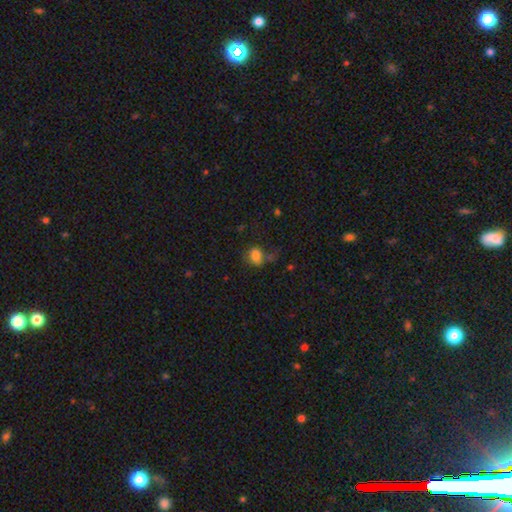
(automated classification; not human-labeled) Smooth or featured? smooth (76%)
How rounded? in between (53%)
Merging? none (44%)